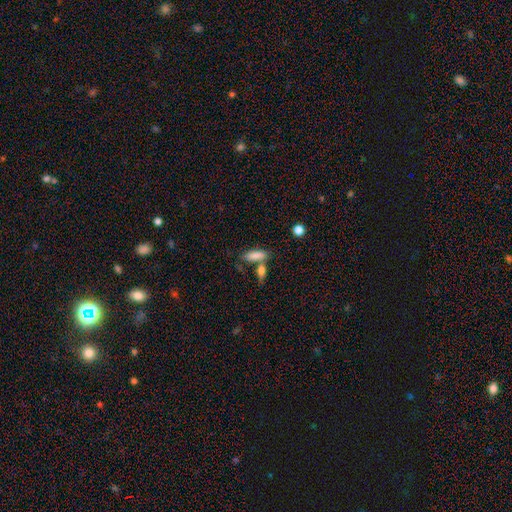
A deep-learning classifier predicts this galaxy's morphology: Q: Smooth or featured?
A: smooth (82%); runner-up: featured or disk (11%)
Q: How rounded?
A: in between (58%); runner-up: cigar-shaped (39%)
Q: Merging?
A: none (52%); runner-up: merger (30%)